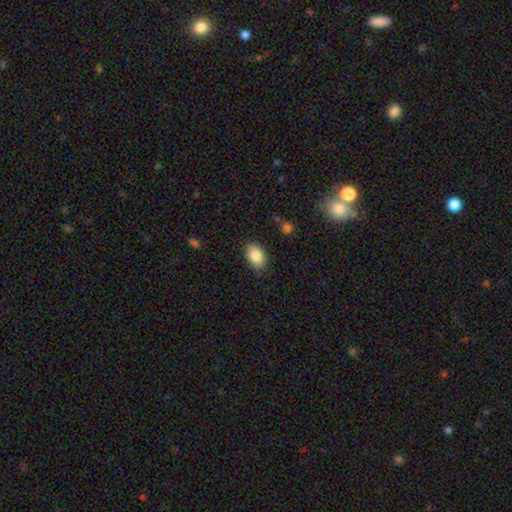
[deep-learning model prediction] Smooth or featured? smooth (87%)
How rounded? in between (87%)
Merging? none (84%)